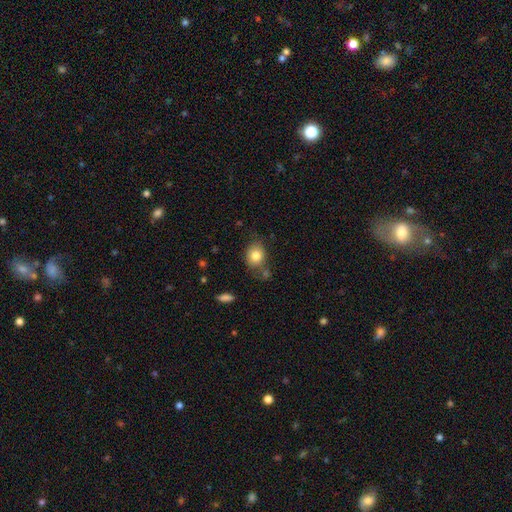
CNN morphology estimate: Q: Smooth or featured?
A: smooth (82%); runner-up: featured or disk (9%)
Q: How rounded?
A: round (55%); runner-up: in between (44%)
Q: Merging?
A: none (65%); runner-up: minor disturbance (19%)